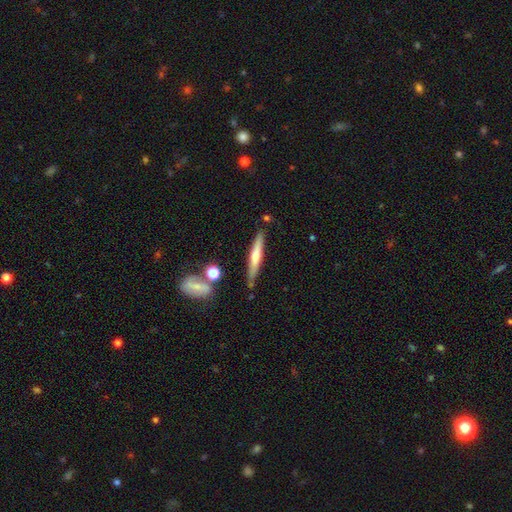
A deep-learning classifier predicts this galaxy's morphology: Smooth or featured? smooth (50%)
Merging? none (80%)